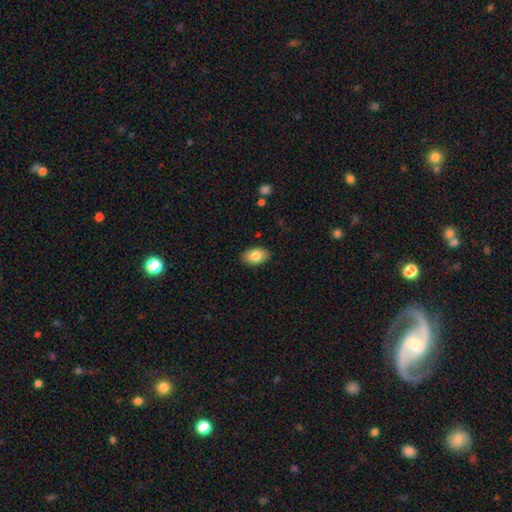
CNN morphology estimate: Smooth or featured? smooth (82%)
How rounded? in between (89%)
Merging? none (89%)